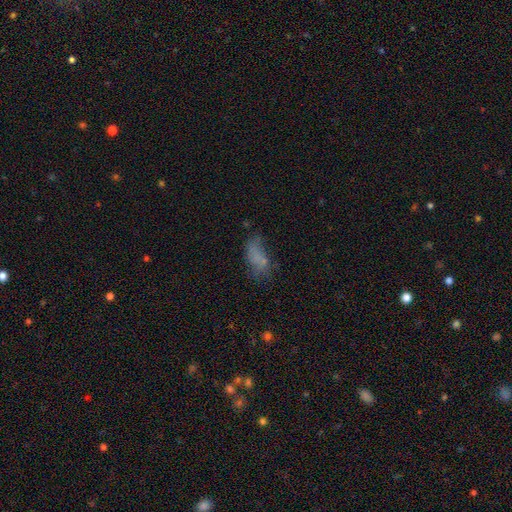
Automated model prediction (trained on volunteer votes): smooth-or-featured: smooth: 59% | featured or disk: 25% | star or artifact: 16%
  how-rounded: in between: 85% | cigar-shaped: 11% | round: 5%
  merging: none: 40% | minor disturbance: 27% | major disturbance: 26% | merger: 7%